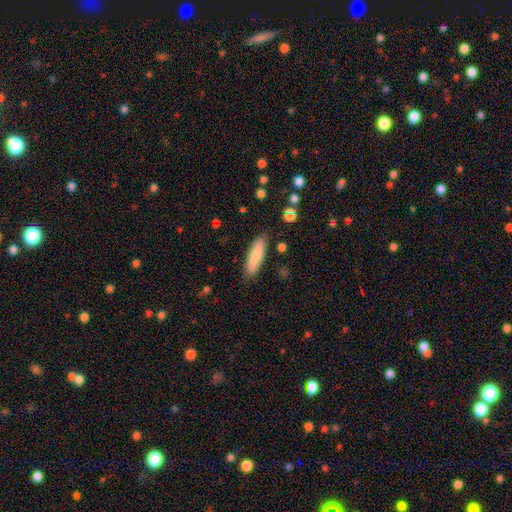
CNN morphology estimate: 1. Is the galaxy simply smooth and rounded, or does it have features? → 79% smooth, 15% featured or disk, 6% star or artifact.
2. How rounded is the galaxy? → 64% cigar-shaped, 34% in between, 2% round.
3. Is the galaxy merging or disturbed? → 85% none, 11% minor disturbance, 2% major disturbance, 2% merger.